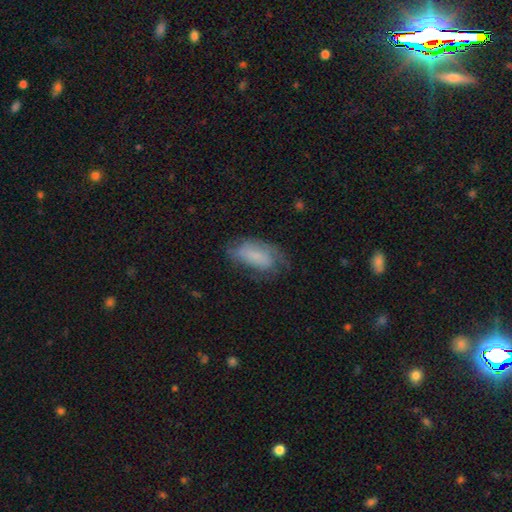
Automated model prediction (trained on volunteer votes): Smooth or featured?
  - smooth: 58% *
  - featured or disk: 34%
  - star or artifact: 8%
How rounded?
  - in between: 90% *
  - cigar-shaped: 6%
  - round: 4%
Merging?
  - none: 54% *
  - minor disturbance: 28%
  - major disturbance: 16%
  - merger: 2%